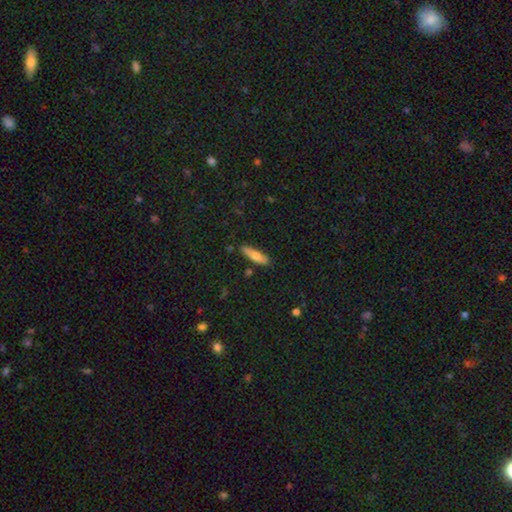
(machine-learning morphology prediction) This is likely a smooth galaxy (66%). How rounded: likely cigar-shaped (67%). Merging: clearly none (84%).